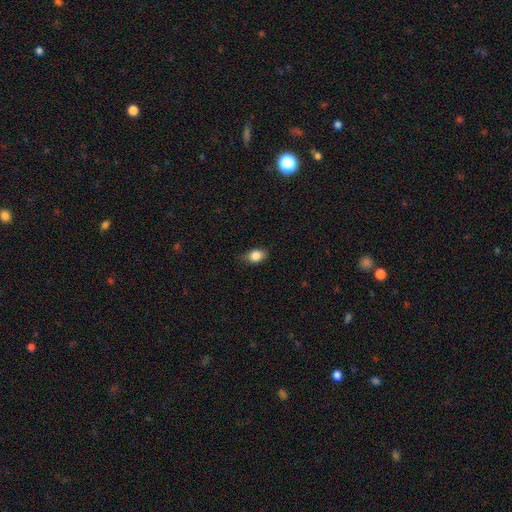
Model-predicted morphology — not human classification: Smooth or featured? Predicted: smooth (p=0.84). How rounded? Predicted: in between (p=0.68). Merging? Predicted: none (p=0.65).